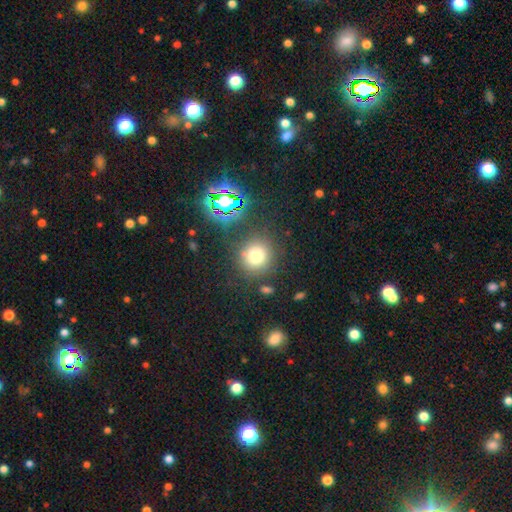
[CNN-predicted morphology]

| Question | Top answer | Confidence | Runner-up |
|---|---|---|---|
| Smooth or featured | smooth | 70% | star or artifact (20%) |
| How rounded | round | 89% | in between (10%) |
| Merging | none | 81% | minor disturbance (10%) |